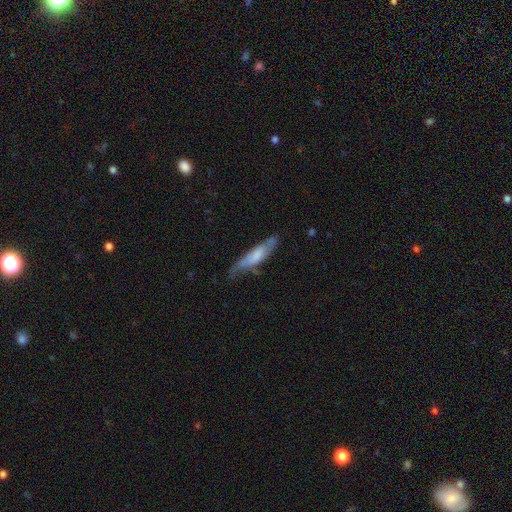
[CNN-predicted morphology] smooth-or-featured: smooth: 53% | featured or disk: 41% | star or artifact: 6%
  how-rounded: cigar-shaped: 74% | in between: 25% | round: 2%
  merging: none: 54% | minor disturbance: 31% | major disturbance: 12% | merger: 3%